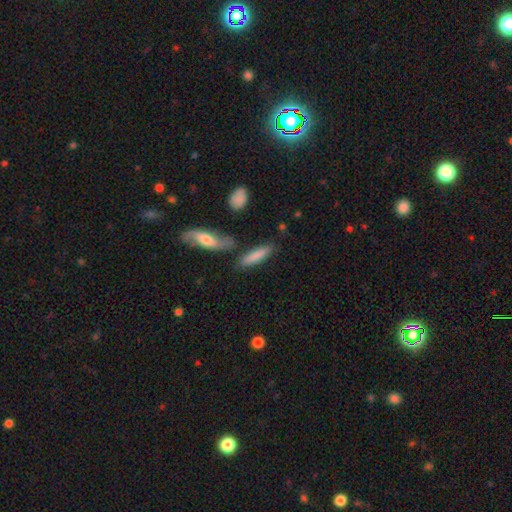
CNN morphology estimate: smooth_or_featured: smooth (p=0.79) [alt: featured or disk p=0.15]
how_rounded: cigar-shaped (p=0.73) [alt: in between p=0.25]
merging: none (p=0.71) [alt: minor disturbance p=0.13]